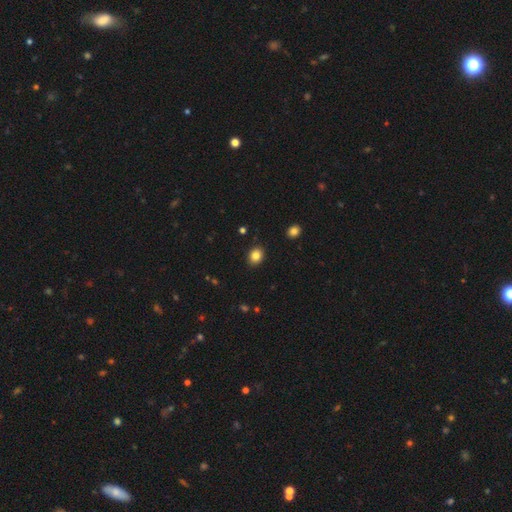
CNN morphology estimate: Overall: smooth (84%). How rounded: round (55%; in between 44%). Merging: none (89%).